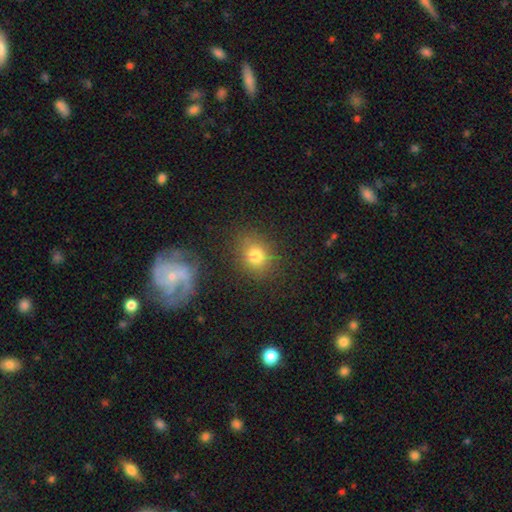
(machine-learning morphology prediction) Smooth or featured? smooth (77%)
How rounded? round (62%)
Merging? none (81%)